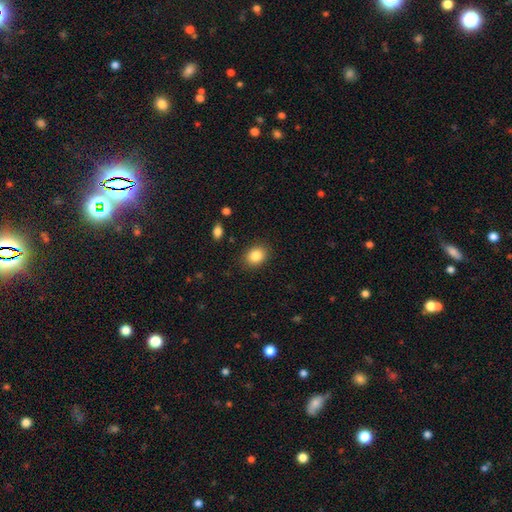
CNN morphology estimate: smooth 85%, star or artifact 9%, featured or disk 6%. Down the decision tree: how rounded — in between (57%); merging — none (87%).